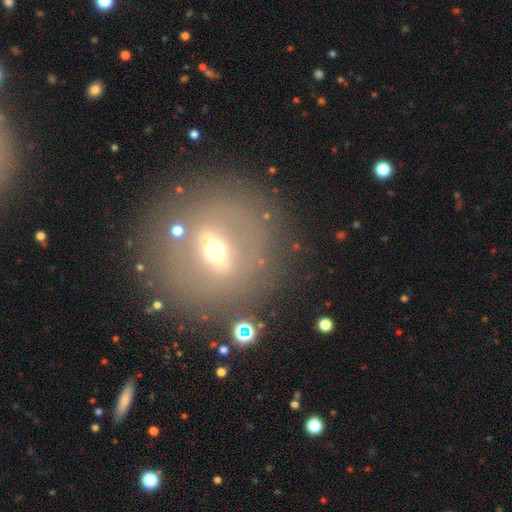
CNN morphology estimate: The model was most divided on "smooth or featured": featured or disk: 47%, smooth: 36%, star or artifact: 17%. More confident: merging — none (80%).